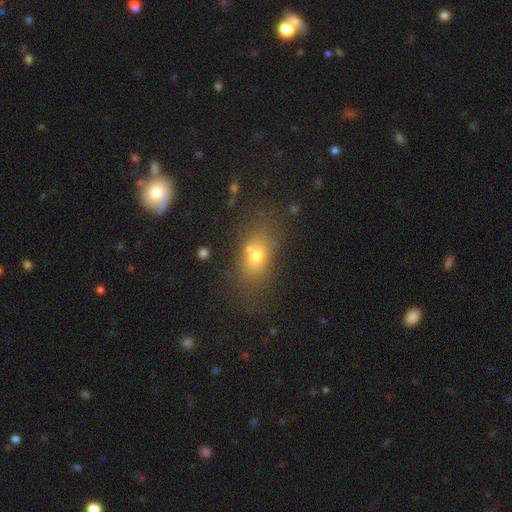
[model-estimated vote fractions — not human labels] Smooth or featured: smooth — 67% (featured or disk — 18%)
How rounded: in between — 72% (round — 24%)
Merging: none — 58% (merger — 19%)